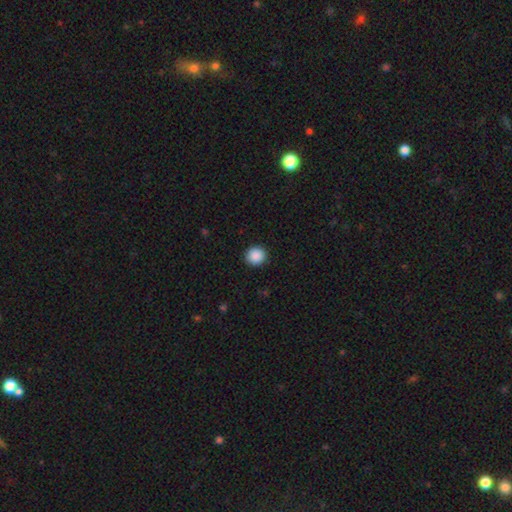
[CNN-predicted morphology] The model was most divided on "smooth or featured": smooth: 89%, star or artifact: 9%, featured or disk: 2%. More confident: how rounded — round (94%); merging — none (92%).